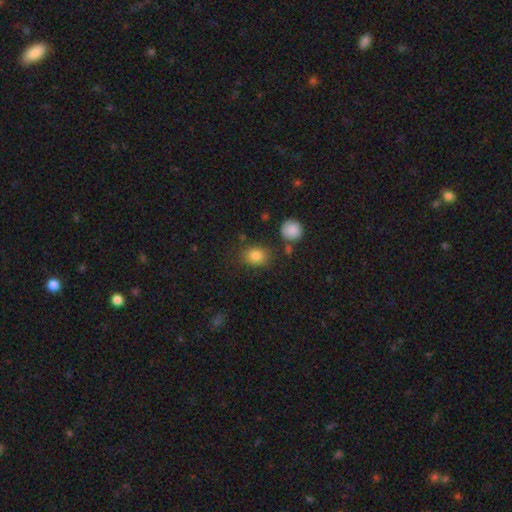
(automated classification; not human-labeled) A smooth galaxy with no disk features (82%) that is in between round and cigar-shaped (56%).

Vote fractions:
- Smooth or featured? smooth: 82% / star or artifact: 11% / featured or disk: 7%
- How rounded? in between: 56% / round: 43% / cigar-shaped: 1%
- Merging? none: 76% / minor disturbance: 14% / merger: 5% / major disturbance: 5%